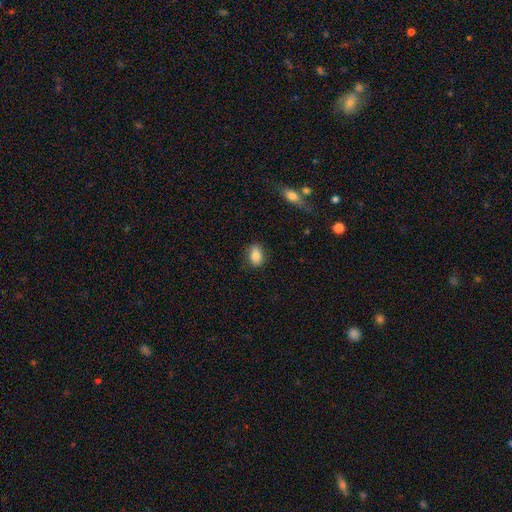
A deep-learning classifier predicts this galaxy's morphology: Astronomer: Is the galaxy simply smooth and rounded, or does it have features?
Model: smooth — 83%.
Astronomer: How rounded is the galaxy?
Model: in between — 78%.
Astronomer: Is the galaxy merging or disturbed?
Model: none — 83%.